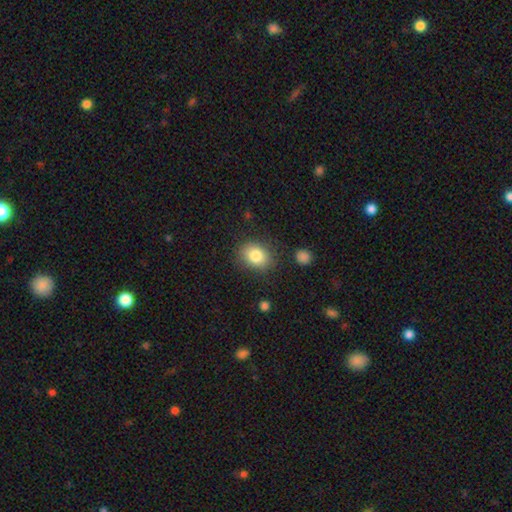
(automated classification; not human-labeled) This appears to be a smooth galaxy with no disk features (82%) that is in between round and cigar-shaped (55%). Merging: none (83%).